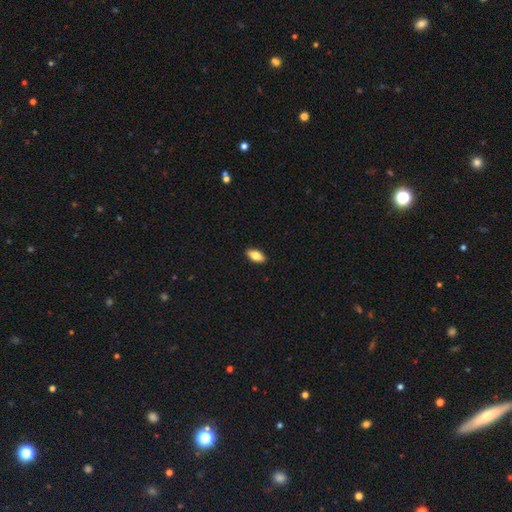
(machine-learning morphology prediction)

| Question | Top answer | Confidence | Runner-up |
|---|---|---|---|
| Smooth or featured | smooth | 78% | featured or disk (16%) |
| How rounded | in between | 89% | cigar-shaped (8%) |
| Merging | none | 91% | minor disturbance (7%) |